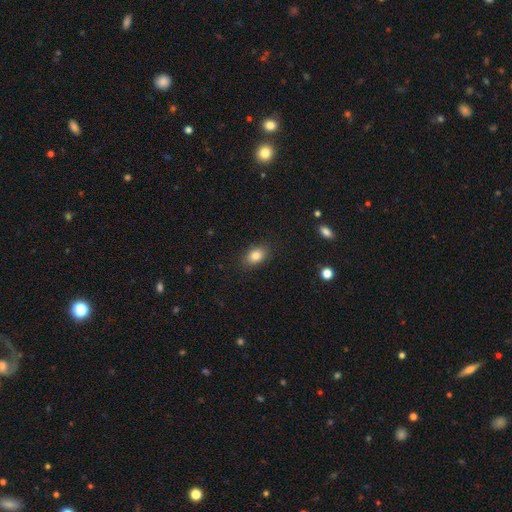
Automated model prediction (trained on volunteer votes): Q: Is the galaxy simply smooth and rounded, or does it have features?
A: smooth — 84%.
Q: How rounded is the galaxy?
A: in between — 78%.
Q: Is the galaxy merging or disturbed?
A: none — 86%.